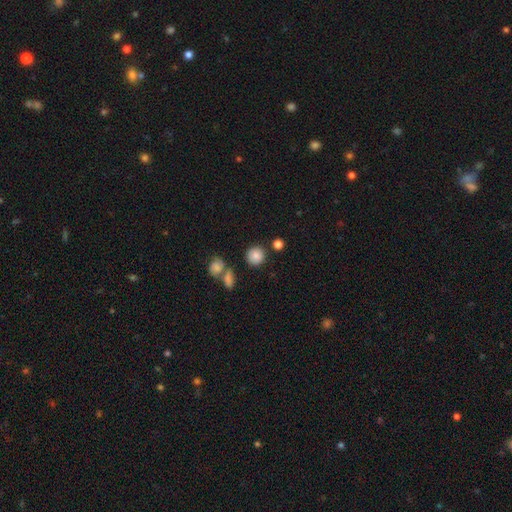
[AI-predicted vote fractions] Smooth or featured: smooth — 82% (star or artifact — 10%)
How rounded: round — 90% (in between — 9%)
Merging: none — 80% (minor disturbance — 9%)